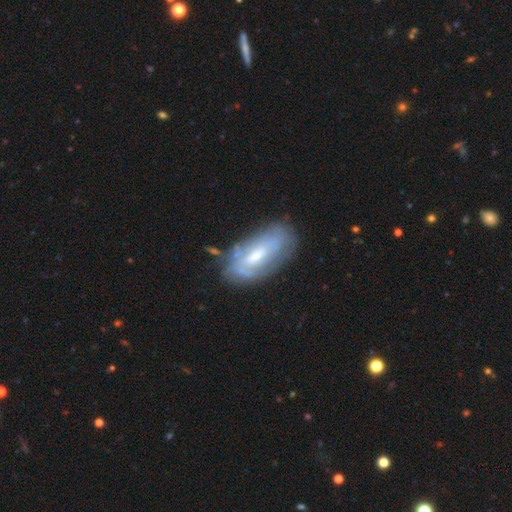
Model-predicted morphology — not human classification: Overall: featured or disk (60%; smooth 33%). Edge-on disk: no (86%). Bar: weak (47%; no 32%). Spiral arms: yes (57%; no 43%). Bulge size: moderate (55%; small 34%). Merging: none (64%).